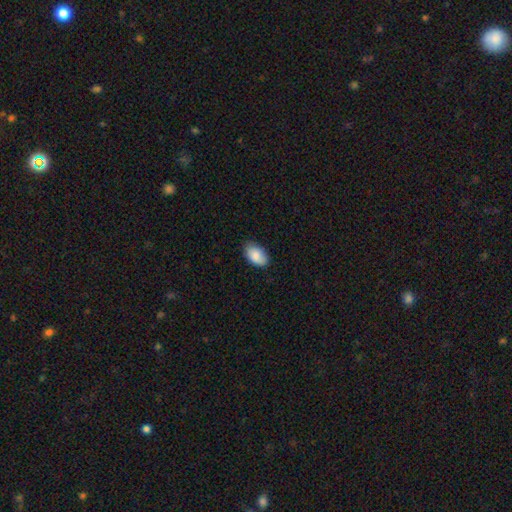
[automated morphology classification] Overall: smooth (87%). How rounded: in between (93%). Merging: none (80%).